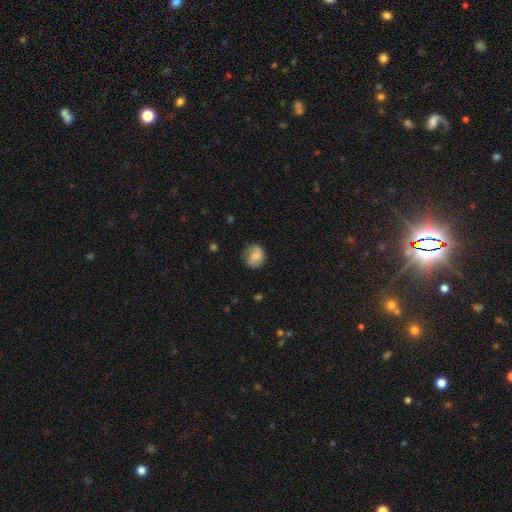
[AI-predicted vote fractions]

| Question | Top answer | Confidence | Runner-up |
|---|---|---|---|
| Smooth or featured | smooth | 51% | featured or disk (41%) |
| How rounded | round | 74% | in between (25%) |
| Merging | none | 68% | minor disturbance (22%) |